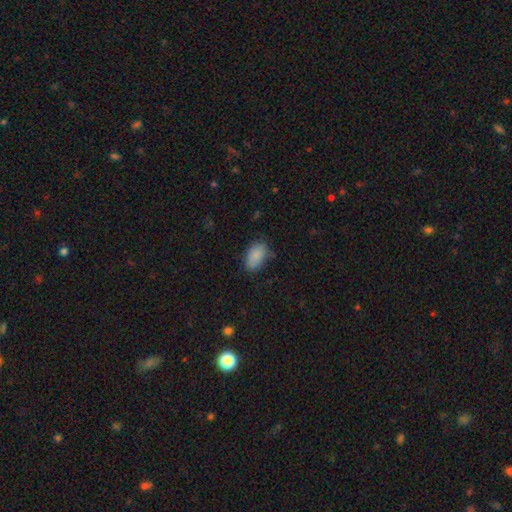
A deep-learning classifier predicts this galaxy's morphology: Smooth or featured? smooth (86%)
How rounded? in between (92%)
Merging? none (73%)